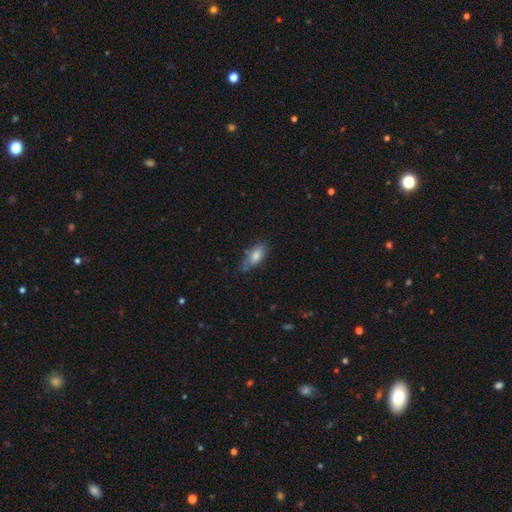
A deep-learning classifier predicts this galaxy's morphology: This is likely a smooth galaxy (77%). How rounded: likely in between (79%). Merging: likely none (61%).